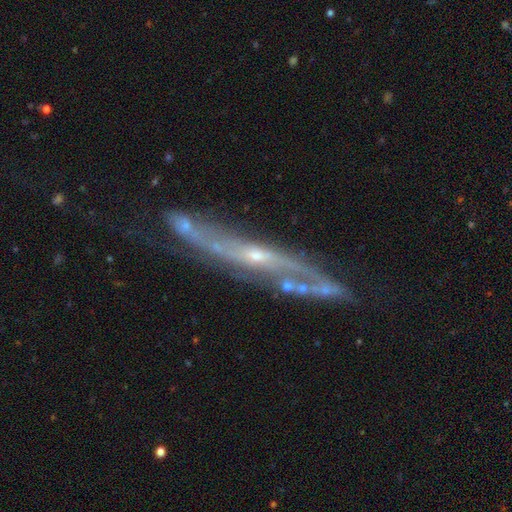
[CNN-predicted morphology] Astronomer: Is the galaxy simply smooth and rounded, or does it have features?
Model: featured or disk — 78%.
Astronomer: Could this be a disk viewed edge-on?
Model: yes — 63%.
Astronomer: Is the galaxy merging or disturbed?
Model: none — 64%.